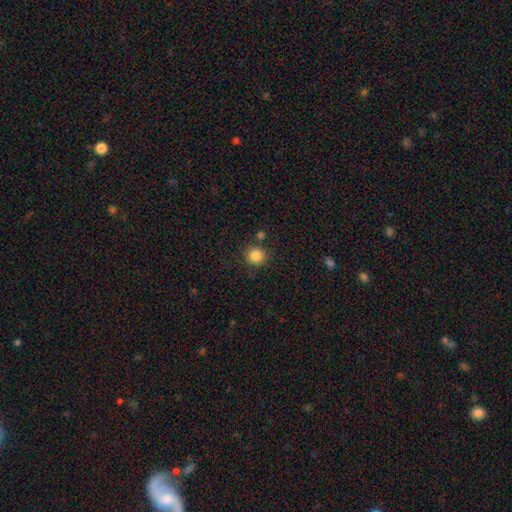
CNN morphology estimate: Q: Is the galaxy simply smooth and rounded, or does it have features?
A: smooth — 86%.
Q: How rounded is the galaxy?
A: round — 92%.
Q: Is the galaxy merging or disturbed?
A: none — 83%.